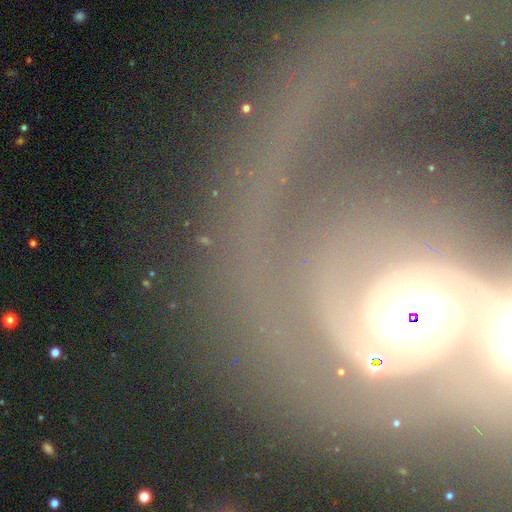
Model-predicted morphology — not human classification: This is likely a featured or disk galaxy (63%). It is clearly not viewed edge-on (87%). Bar: marginally no (42%). Spiral arm pattern: likely yes (68%). Central bulge: possibly moderate (55%). Merging: possibly none (56%).